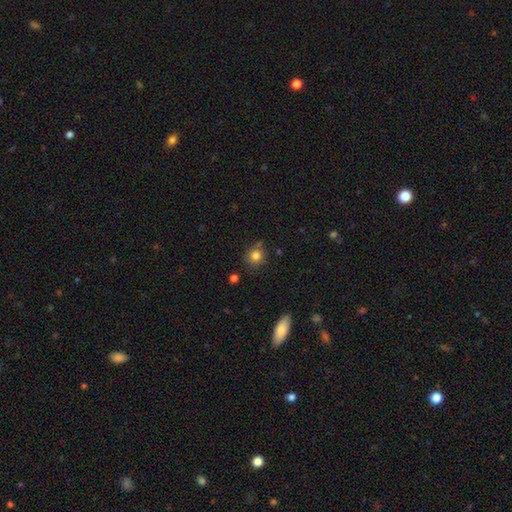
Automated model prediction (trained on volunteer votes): Morphology: type=smooth (82%); roundness=round (85%); merging=none (76%).